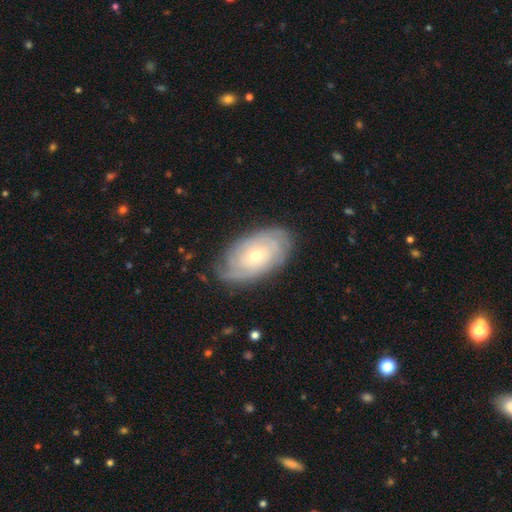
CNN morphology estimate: The model was most divided on "bulge size": moderate: 52%, small: 45%, large: 2%, none: 1%, dominant: 1%. Remaining: edge-on disk — no (94%); spiral arms — yes (92%); merging — none (79%); spiral winding — tight (79%); smooth or featured — featured or disk (78%); bar — no (73%); spiral arm count — can't tell (49%).